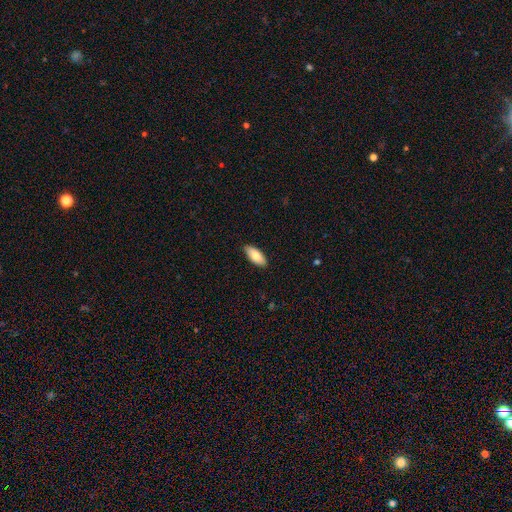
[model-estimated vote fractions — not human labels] This appears to be a smooth galaxy with no disk features (80%) that is in between round and cigar-shaped (86%). Merging: none (87%).